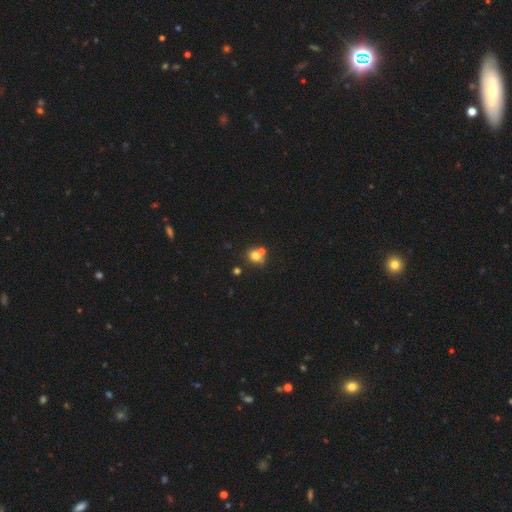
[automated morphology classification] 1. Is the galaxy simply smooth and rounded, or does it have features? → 73% smooth, 15% star or artifact, 13% featured or disk.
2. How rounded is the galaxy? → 68% round, 31% in between, 1% cigar-shaped.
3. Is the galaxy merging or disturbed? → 47% none, 38% merger, 10% minor disturbance, 4% major disturbance.